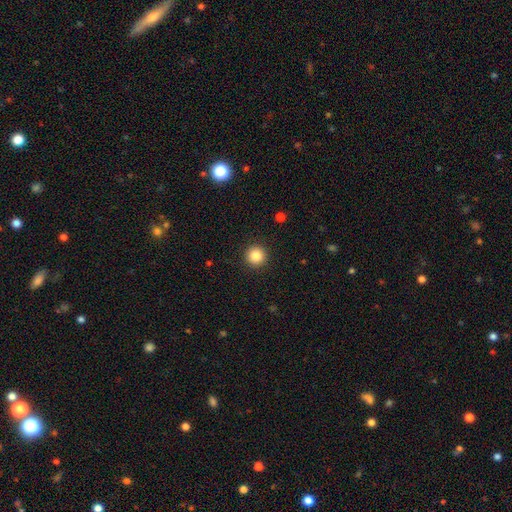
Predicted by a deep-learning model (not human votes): A smooth galaxy with no disk features (85%) that is round (96%).

Vote fractions:
- Smooth or featured? smooth: 85% / star or artifact: 10% / featured or disk: 5%
- How rounded? round: 96% / in between: 3% / cigar-shaped: 1%
- Merging? none: 93% / minor disturbance: 5% / major disturbance: 2% / merger: 1%